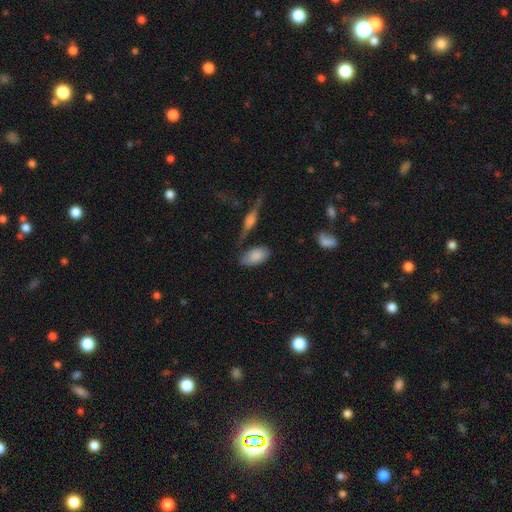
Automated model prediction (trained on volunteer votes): A smooth galaxy with no disk features (81%) that is in between round and cigar-shaped (93%). Merging: none (65%).